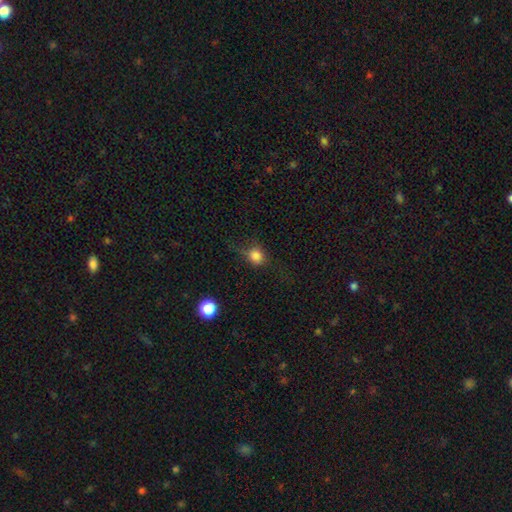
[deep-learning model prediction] Q: Smooth or featured?
A: smooth (76%); runner-up: star or artifact (13%)
Q: How rounded?
A: round (77%); runner-up: in between (21%)
Q: Merging?
A: none (58%); runner-up: minor disturbance (24%)